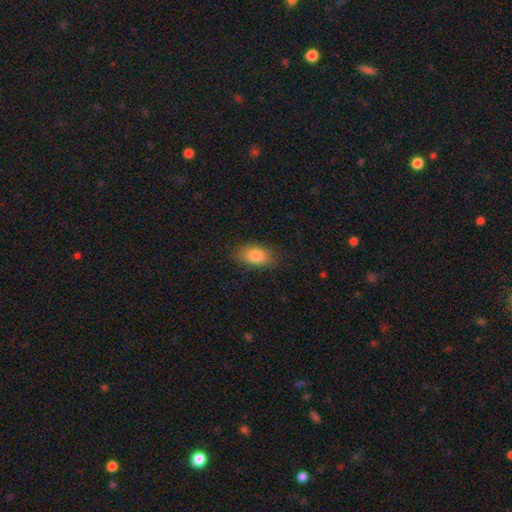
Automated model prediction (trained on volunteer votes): This appears to be a smooth galaxy with no disk features (83%) that is in between round and cigar-shaped (89%). Merging: none (82%).